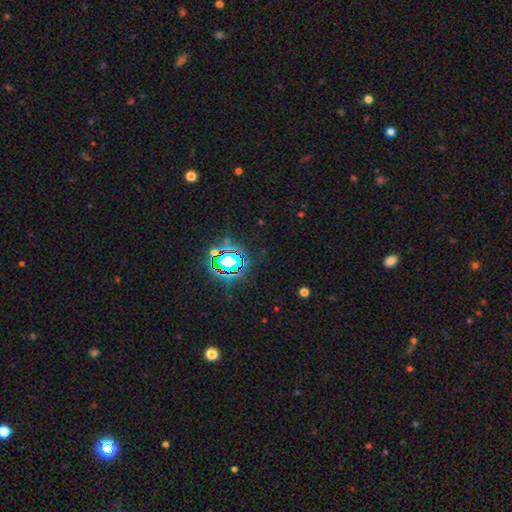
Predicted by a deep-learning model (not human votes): smooth_or_featured: star or artifact (p=0.81) [alt: smooth p=0.11]